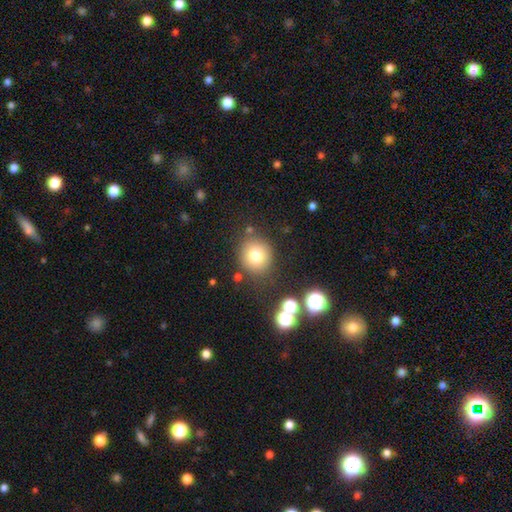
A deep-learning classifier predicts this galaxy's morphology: Smooth or featured: smooth — 76% (star or artifact — 14%)
How rounded: round — 87% (in between — 12%)
Merging: none — 81% (minor disturbance — 10%)